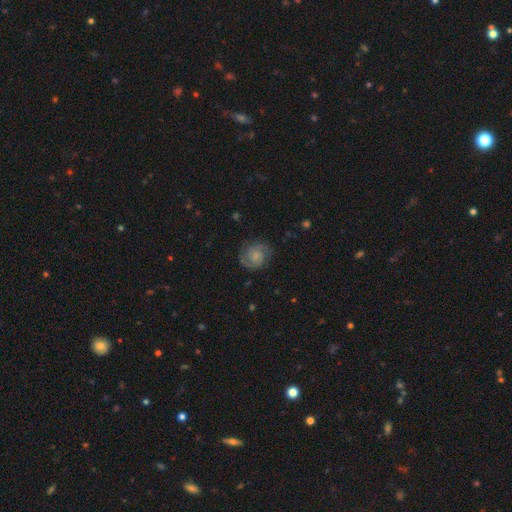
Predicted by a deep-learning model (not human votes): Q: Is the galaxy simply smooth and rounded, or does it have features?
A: featured or disk — 75%.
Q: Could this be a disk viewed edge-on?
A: no — 98%.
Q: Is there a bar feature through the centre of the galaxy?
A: no — 61%.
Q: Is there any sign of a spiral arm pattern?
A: yes — 96%.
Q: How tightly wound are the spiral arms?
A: tight — 50%.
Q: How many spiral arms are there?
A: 2 — 87%.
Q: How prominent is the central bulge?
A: small — 49%.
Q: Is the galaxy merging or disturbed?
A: none — 80%.